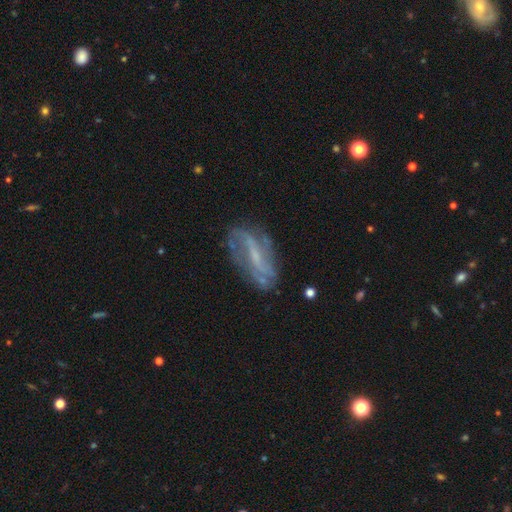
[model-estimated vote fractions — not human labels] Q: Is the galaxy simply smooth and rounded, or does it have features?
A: featured or disk — 73%.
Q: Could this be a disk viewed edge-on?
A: no — 87%.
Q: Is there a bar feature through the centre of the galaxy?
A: weak — 42%.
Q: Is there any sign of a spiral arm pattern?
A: yes — 77%.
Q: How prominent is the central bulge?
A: small — 53%.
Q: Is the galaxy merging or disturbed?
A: none — 66%.